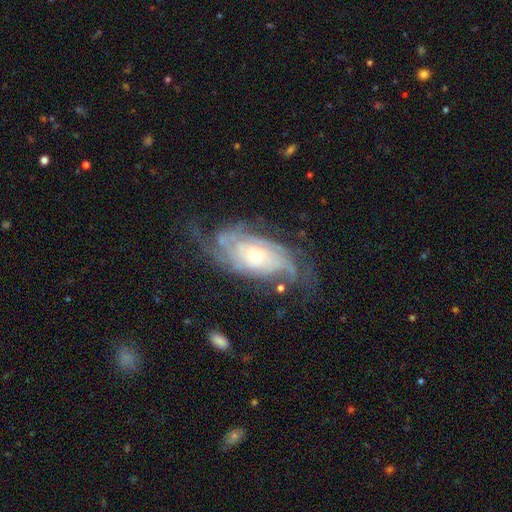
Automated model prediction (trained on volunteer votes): This appears to be a featured or disk galaxy (86%) with no bar (73%), tight (61%) spiral arms (95%) and a small central bulge (52%). Merging: none (64%).